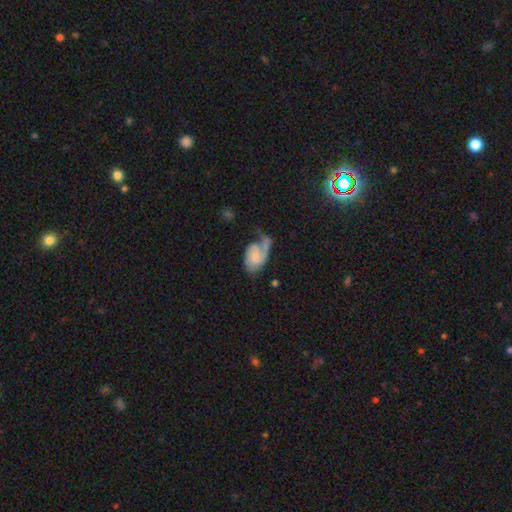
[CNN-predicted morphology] Smooth or featured? Predicted: featured or disk (p=0.68). Edge-on disk? Predicted: no (p=0.97). Bar? Predicted: no (p=0.63). Spiral arms? Predicted: yes (p=0.90). Spiral winding? Predicted: medium (p=0.38). Spiral arm count? Predicted: 1 (p=0.59). Bulge size? Predicted: small (p=0.45). Merging? Predicted: major disturbance (p=0.39).